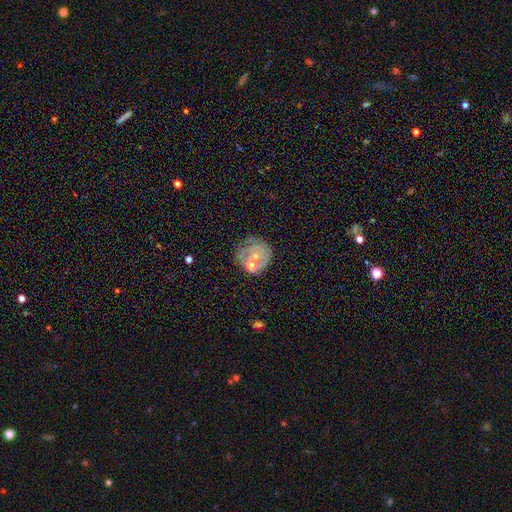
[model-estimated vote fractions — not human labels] Smooth or featured? featured or disk (57%)
Edge-on disk? no (97%)
Bar? no (82%)
Spiral arms? yes (68%)
Bulge size? moderate (47%)
Merging? none (63%)